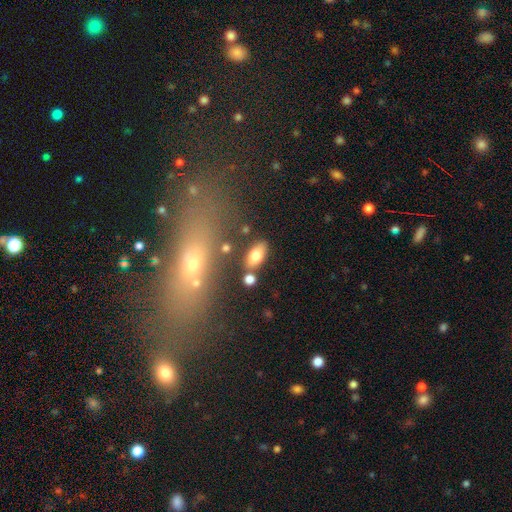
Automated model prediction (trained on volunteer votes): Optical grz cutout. It shows a smooth galaxy with no disk features (76%) that is in between round and cigar-shaped (89%). Merging: none (75%).